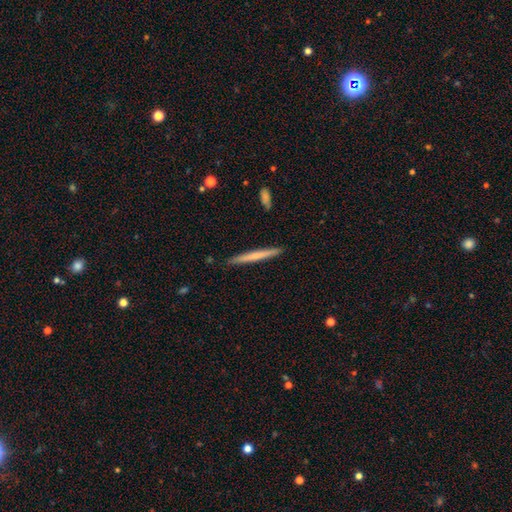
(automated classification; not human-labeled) smooth_or_featured: smooth (p=0.58) [alt: featured or disk p=0.36]
how_rounded: cigar-shaped (p=0.97) [alt: in between p=0.02]
merging: none (p=0.91) [alt: minor disturbance p=0.07]